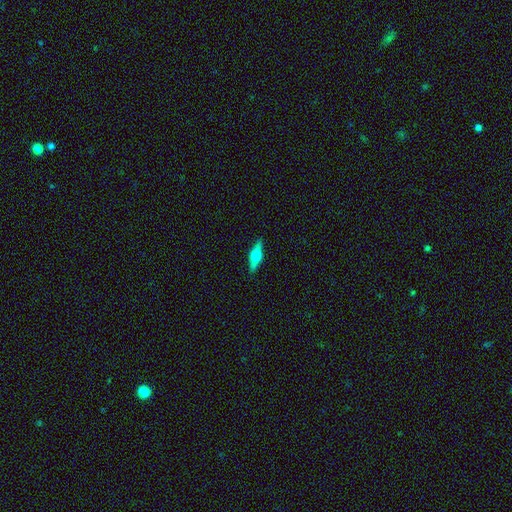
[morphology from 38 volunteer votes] Volunteers were most divided on "smooth or featured": featured or disk: 66%, smooth: 32%, star or artifact: 3%. More confident: edge-on bulge — rounded (100%); edge-on disk — yes (96%); merging — none (86%).